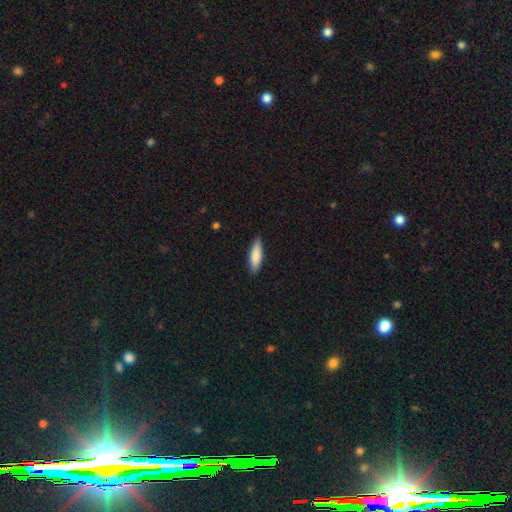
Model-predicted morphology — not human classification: smooth 84%, featured or disk 10%, star or artifact 5%. Down the decision tree: how rounded — cigar-shaped (55%); merging — none (86%).